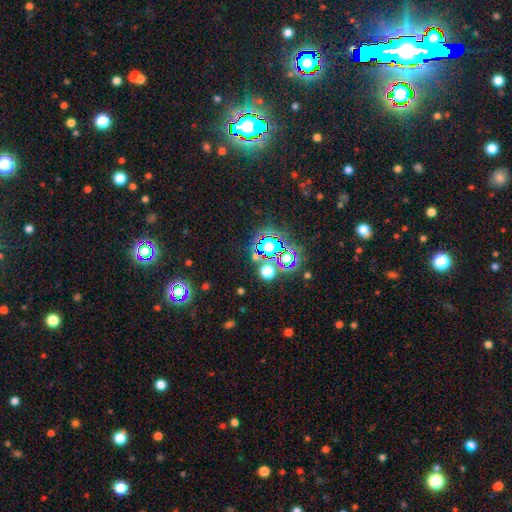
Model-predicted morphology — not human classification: Smooth or featured? star or artifact (82%)